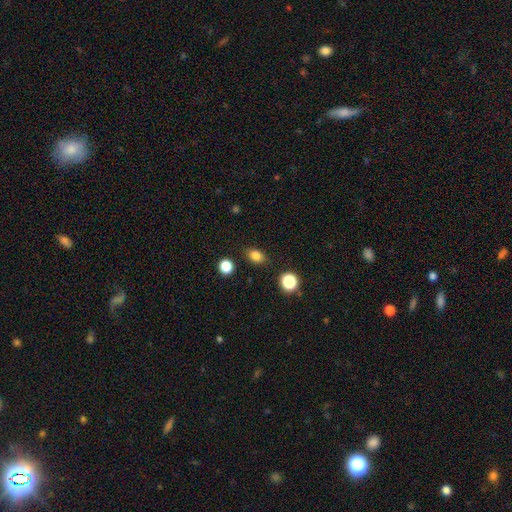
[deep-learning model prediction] Overall: smooth (83%). How rounded: in between (67%; round 32%). Merging: none (86%).